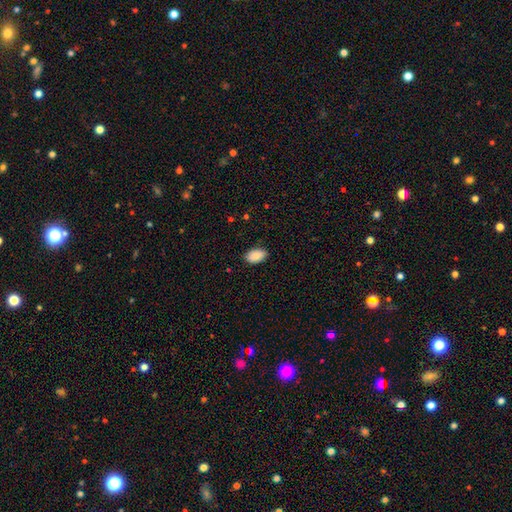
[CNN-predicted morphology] smooth 89%, star or artifact 7%, featured or disk 4%. Down the decision tree: how rounded — in between (93%); merging — none (87%).